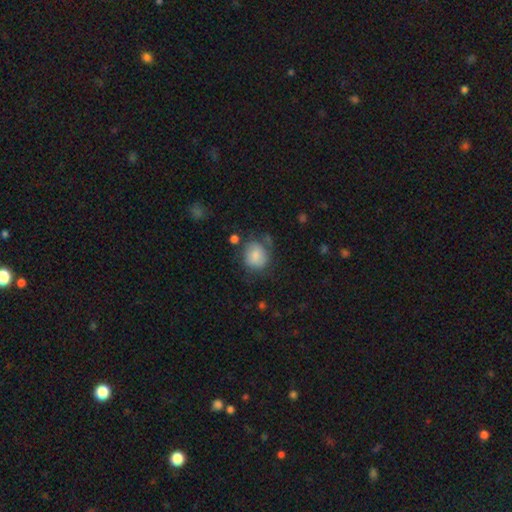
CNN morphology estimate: smooth_or_featured: smooth (p=0.77) [alt: featured or disk p=0.15]
how_rounded: round (p=0.71) [alt: in between p=0.28]
merging: none (p=0.54) [alt: minor disturbance p=0.25]